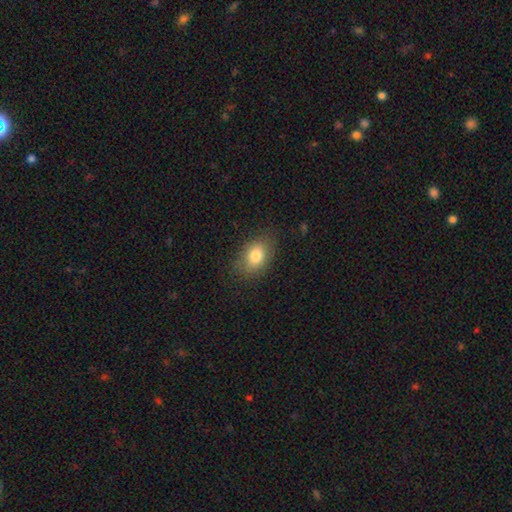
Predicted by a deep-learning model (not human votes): Overall: smooth (80%). How rounded: in between (75%). Merging: none (79%).